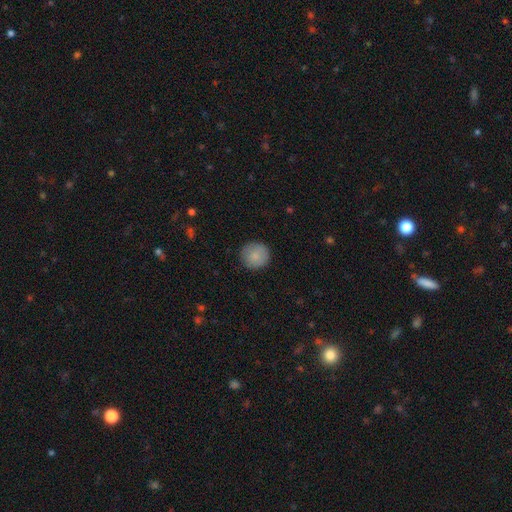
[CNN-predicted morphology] The model was most divided on "merging": none: 87%, minor disturbance: 9%, major disturbance: 2%, merger: 1%. More confident: how rounded — round (93%); smooth or featured — smooth (86%).